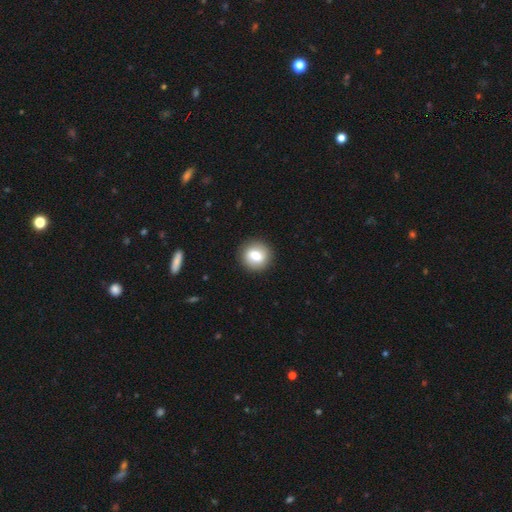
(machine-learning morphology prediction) This is likely a smooth galaxy (73%). How rounded: clearly round (89%). Merging: clearly none (90%).